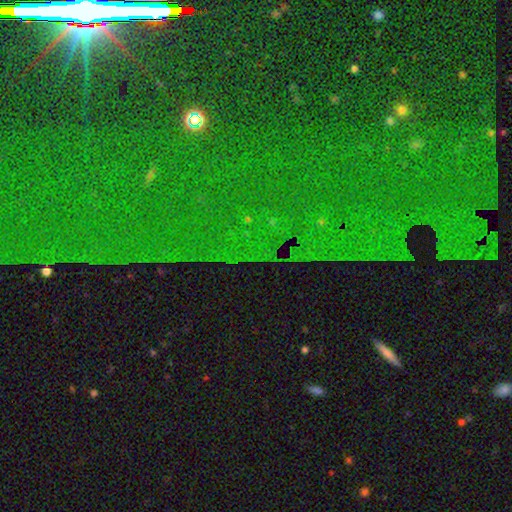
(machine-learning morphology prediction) Overall: star or artifact (82%).